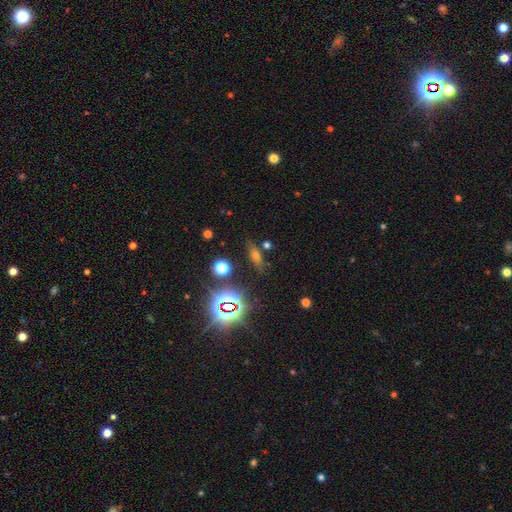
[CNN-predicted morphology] This is marginally a star or artifact rather than a galaxy (42%).